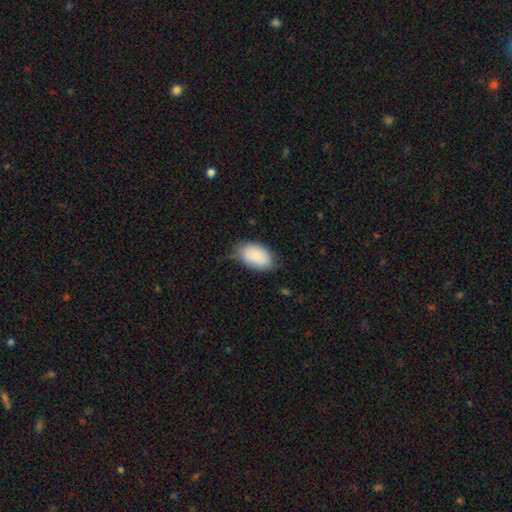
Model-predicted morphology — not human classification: A smooth galaxy with no disk features (87%) that is in between round and cigar-shaped (91%). Merging: none (64%).